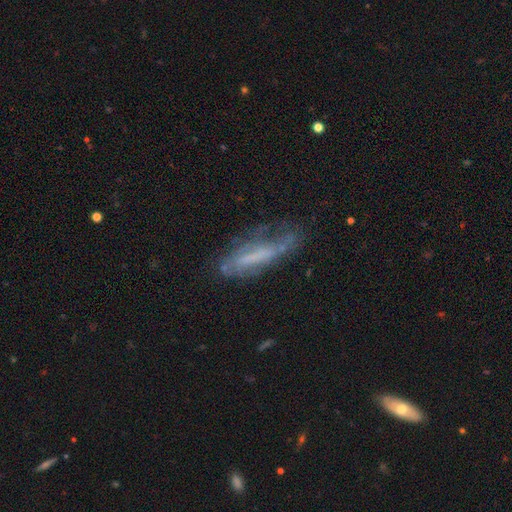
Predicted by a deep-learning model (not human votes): Q: Smooth or featured?
A: featured or disk (52%); runner-up: smooth (37%)
Q: Edge-on disk?
A: no (61%); runner-up: yes (39%)
Q: Merging?
A: none (45%); runner-up: minor disturbance (30%)